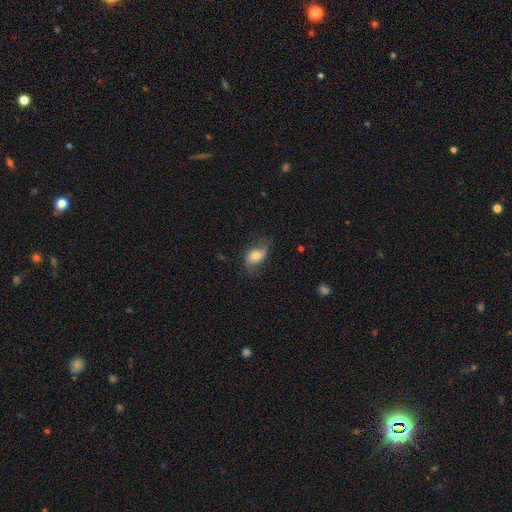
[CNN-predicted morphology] smooth_or_featured: smooth (p=0.56) [alt: featured or disk p=0.35]
how_rounded: in between (p=0.86) [alt: round p=0.12]
merging: none (p=0.61) [alt: minor disturbance p=0.25]